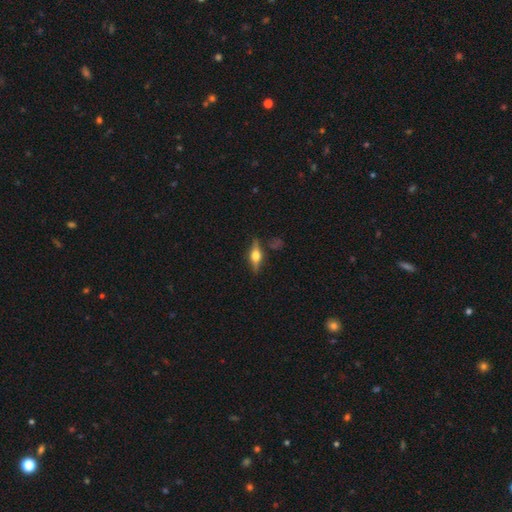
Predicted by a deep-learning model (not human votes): Smooth or featured: featured or disk — 65% (smooth — 27%)
Edge-on disk: yes — 95% (no — 5%)
Edge-on bulge: rounded — 94% (boxy — 4%)
Merging: none — 80% (minor disturbance — 13%)